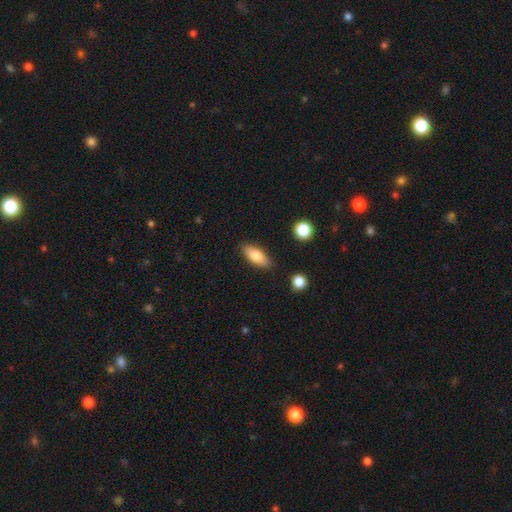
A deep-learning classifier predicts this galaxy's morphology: Overall: smooth (77%). How rounded: in between (78%). Merging: none (84%).